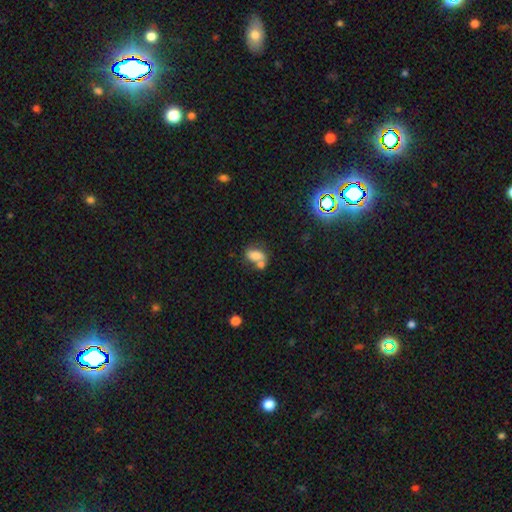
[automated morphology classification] This appears to be a smooth galaxy with no disk features (65%) that is in between round and cigar-shaped (81%). Merging: merger (41%).